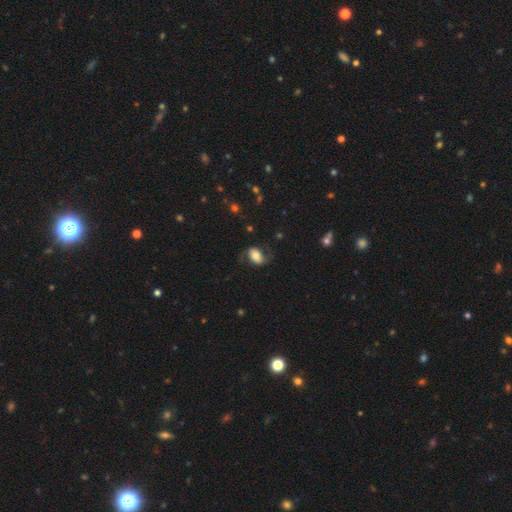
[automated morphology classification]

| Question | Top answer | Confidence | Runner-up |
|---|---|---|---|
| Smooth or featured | featured or disk | 48% | smooth (43%) |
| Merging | none | 66% | minor disturbance (18%) |